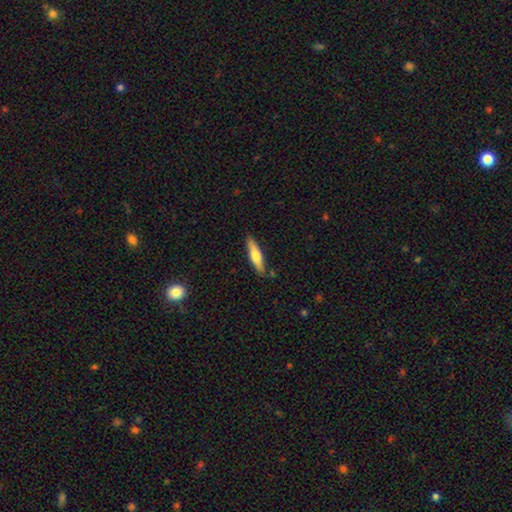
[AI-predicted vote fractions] Smooth or featured? Predicted: smooth (p=0.60). How rounded? Predicted: cigar-shaped (p=0.80). Merging? Predicted: none (p=0.85).